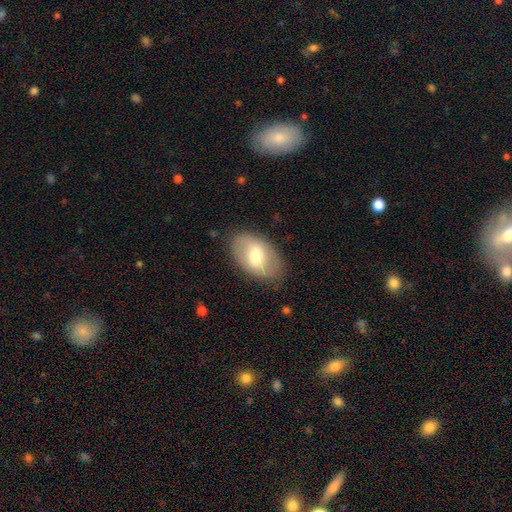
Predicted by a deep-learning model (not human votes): Morphology: type=smooth (52%); roundness=in between (90%); merging=none (81%).